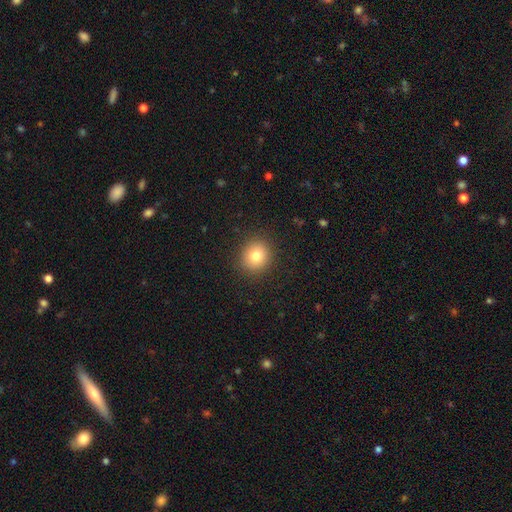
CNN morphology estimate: This is clearly a smooth galaxy (80%). How rounded: clearly round (83%). Merging: clearly none (90%).